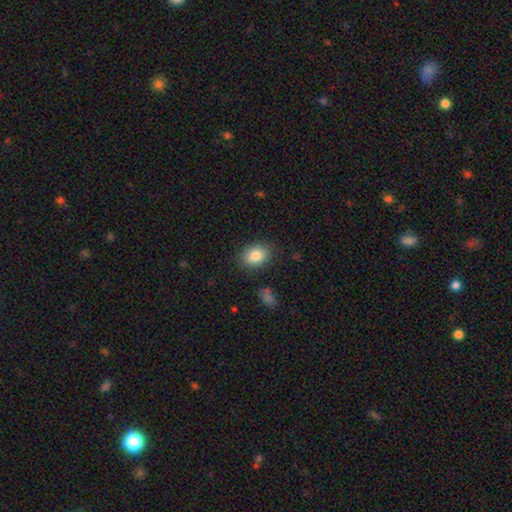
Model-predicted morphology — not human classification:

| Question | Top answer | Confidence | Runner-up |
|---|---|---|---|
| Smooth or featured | smooth | 84% | star or artifact (8%) |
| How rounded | in between | 69% | round (30%) |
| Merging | none | 85% | minor disturbance (10%) |